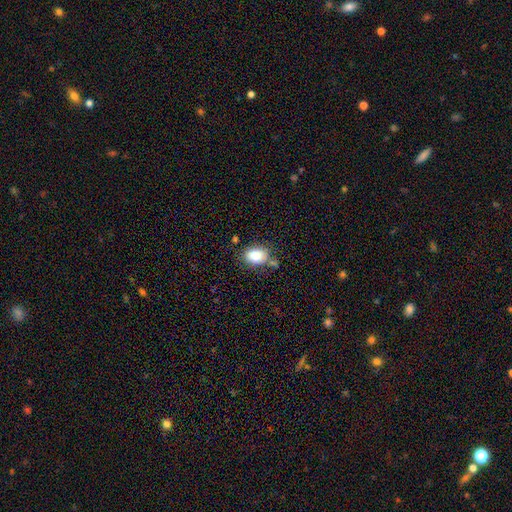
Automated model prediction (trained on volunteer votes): Overall: smooth (84%). How rounded: in between (77%). Merging: none (67%).